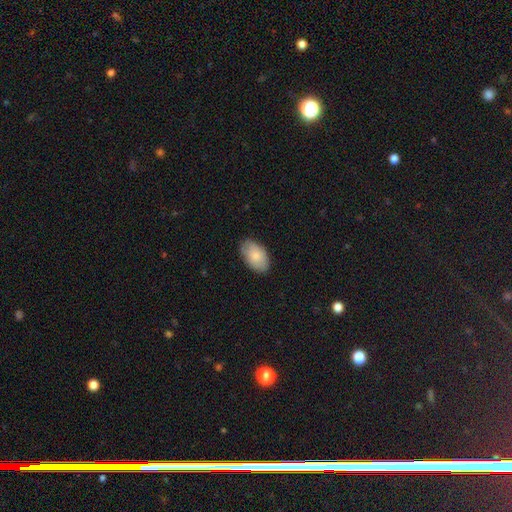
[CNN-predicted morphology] Overall: smooth (83%). How rounded: in between (94%). Merging: none (83%).